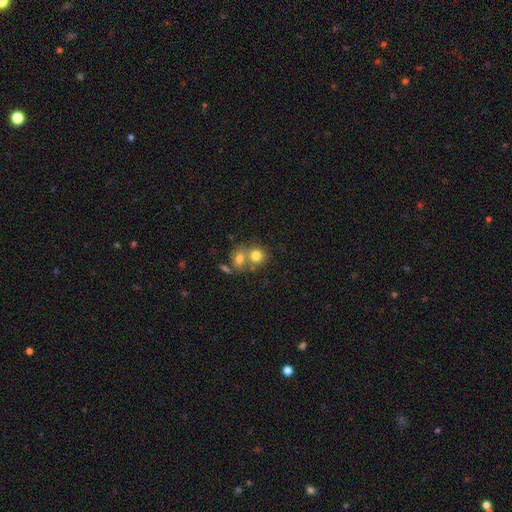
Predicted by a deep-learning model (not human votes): Morphology: type=smooth (76%); roundness=round (75%); merging=merger (53%).